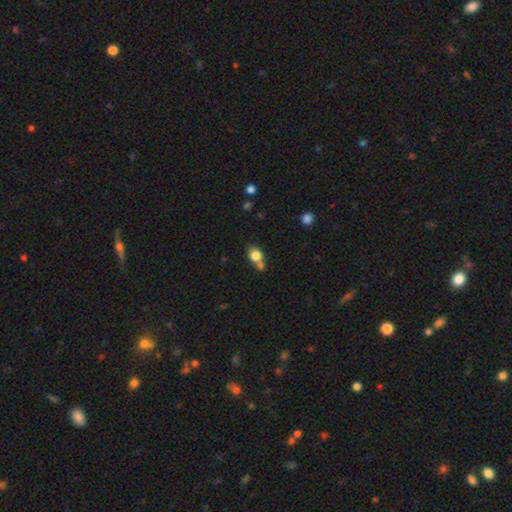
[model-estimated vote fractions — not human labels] Smooth or featured?
  - smooth: 79% *
  - featured or disk: 11%
  - star or artifact: 10%
How rounded?
  - round: 50% *
  - in between: 48%
  - cigar-shaped: 2%
Merging?
  - none: 45% *
  - merger: 35%
  - minor disturbance: 15%
  - major disturbance: 5%